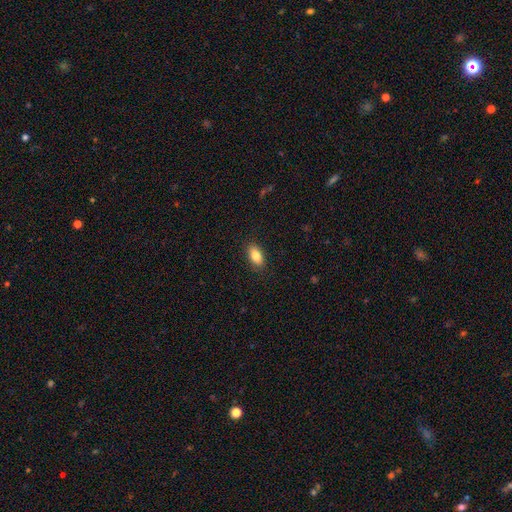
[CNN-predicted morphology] This appears to be a smooth galaxy with no disk features (82%) that is in between round and cigar-shaped (90%). Merging: none (88%).